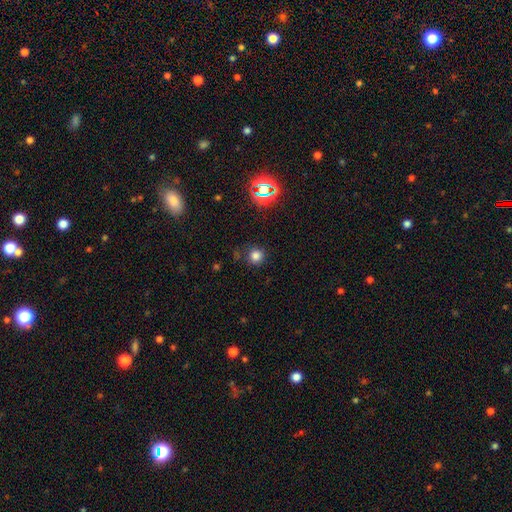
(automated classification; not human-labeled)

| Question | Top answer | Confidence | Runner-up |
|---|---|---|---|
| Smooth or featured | smooth | 75% | star or artifact (19%) |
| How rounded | round | 93% | in between (6%) |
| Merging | none | 81% | minor disturbance (12%) |